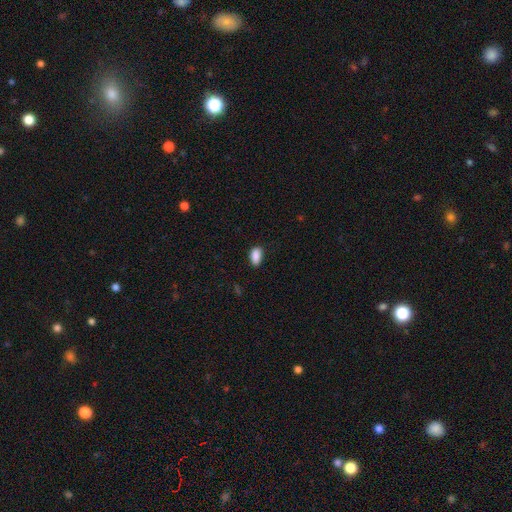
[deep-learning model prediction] smooth_or_featured: smooth (p=0.89) [alt: star or artifact p=0.08]
how_rounded: in between (p=0.92) [alt: round p=0.05]
merging: none (p=0.81) [alt: minor disturbance p=0.15]